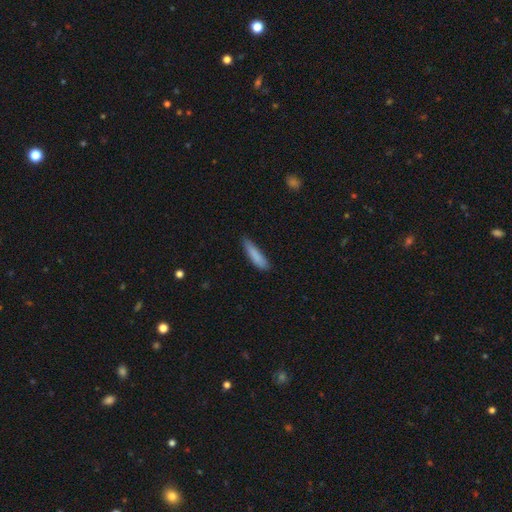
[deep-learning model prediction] smooth 84%, featured or disk 9%, star or artifact 7%. Down the decision tree: how rounded — cigar-shaped (80%); merging — none (72%).